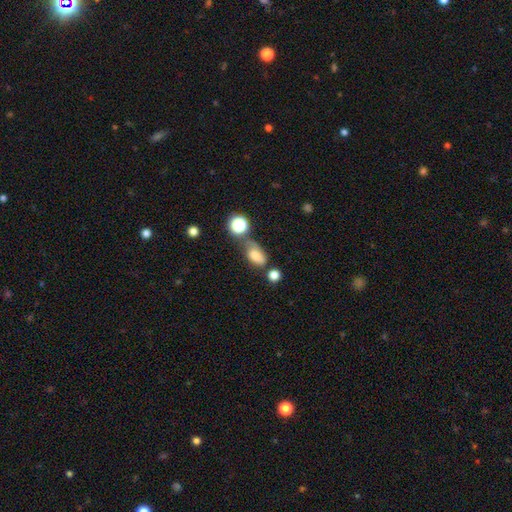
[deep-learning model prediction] Q: Smooth or featured?
A: smooth (75%); runner-up: star or artifact (13%)
Q: How rounded?
A: in between (83%); runner-up: round (13%)
Q: Merging?
A: none (41%); runner-up: minor disturbance (26%)